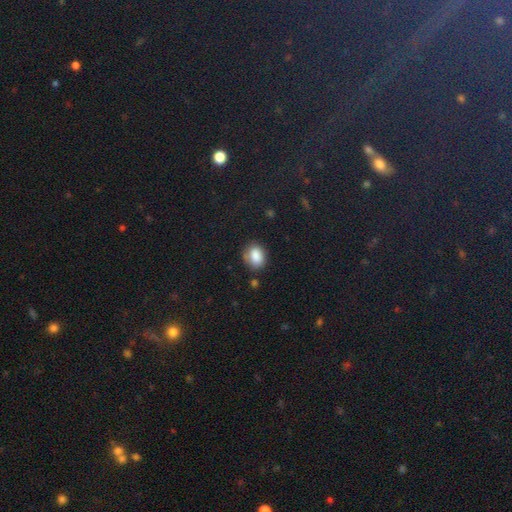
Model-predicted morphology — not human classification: smooth 85%, star or artifact 9%, featured or disk 6%. Down the decision tree: how rounded — in between (64%); merging — none (71%).